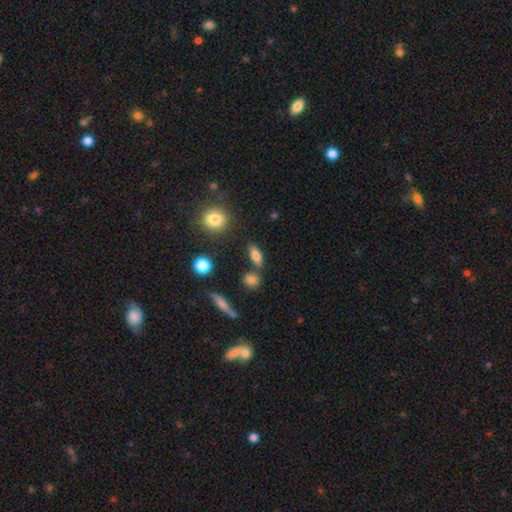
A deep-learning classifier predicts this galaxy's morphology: A smooth galaxy with no disk features (77%) that is in between round and cigar-shaped (70%).

Vote fractions:
- Smooth or featured? smooth: 77% / featured or disk: 13% / star or artifact: 10%
- How rounded? in between: 70% / cigar-shaped: 22% / round: 9%
- Merging? none: 76% / minor disturbance: 11% / merger: 10% / major disturbance: 4%